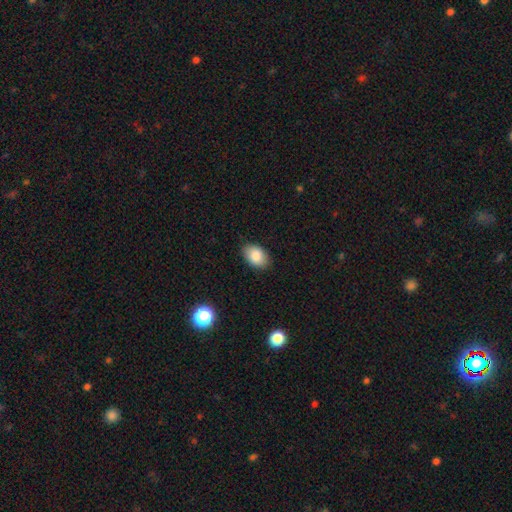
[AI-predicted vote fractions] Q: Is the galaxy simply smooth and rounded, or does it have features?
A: smooth — 85%.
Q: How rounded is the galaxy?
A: in between — 87%.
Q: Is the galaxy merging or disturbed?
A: none — 87%.